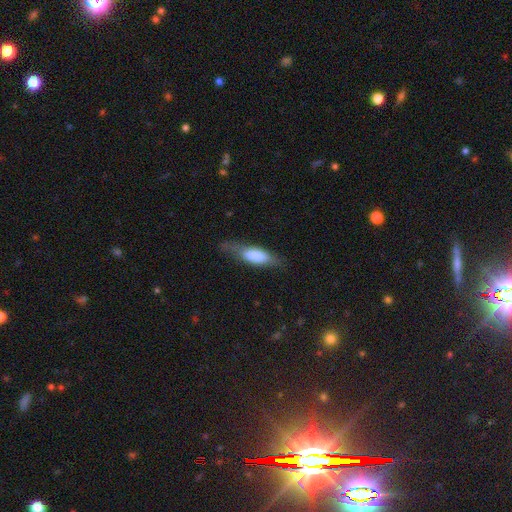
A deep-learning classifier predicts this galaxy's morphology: type=smooth (71%); roundness=in between (57%); merging=none (59%).